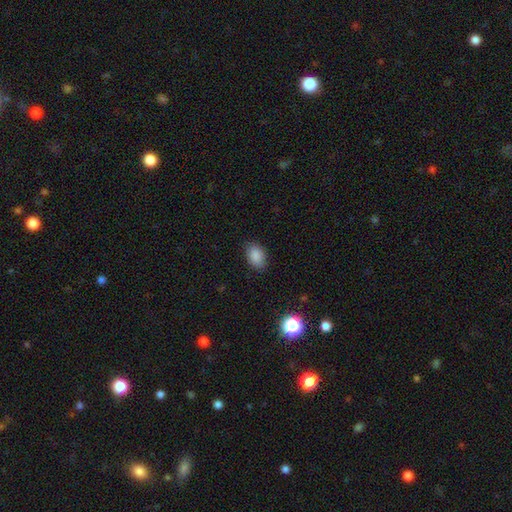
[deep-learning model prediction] smooth_or_featured: smooth (p=0.87) [alt: star or artifact p=0.09]
how_rounded: in between (p=0.86) [alt: round p=0.12]
merging: none (p=0.84) [alt: minor disturbance p=0.12]